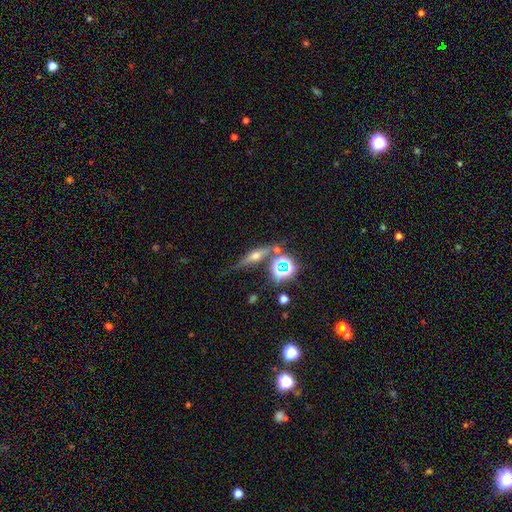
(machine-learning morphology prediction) Smooth or featured? featured or disk (54%)
Edge-on disk? yes (88%)
Merging? none (72%)